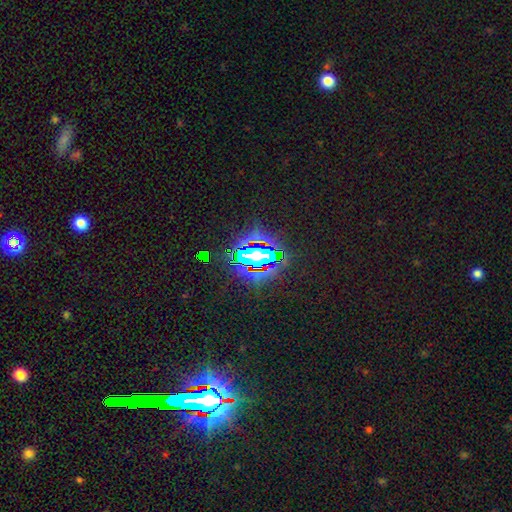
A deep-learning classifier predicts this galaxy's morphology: This appears to be a star or artifact, not a galaxy (64%).